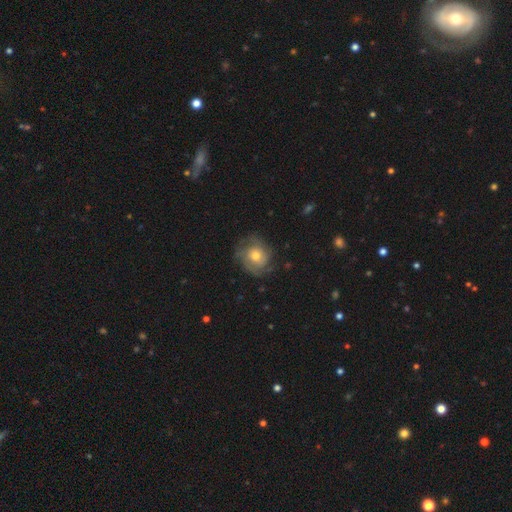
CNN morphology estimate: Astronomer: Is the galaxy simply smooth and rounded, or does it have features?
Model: featured or disk — 65%.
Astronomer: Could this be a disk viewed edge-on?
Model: no — 97%.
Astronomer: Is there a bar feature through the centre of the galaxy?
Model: no — 80%.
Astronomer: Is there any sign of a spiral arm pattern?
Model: yes — 88%.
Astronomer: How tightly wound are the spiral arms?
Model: tight — 55% (runner-up: medium, 34%).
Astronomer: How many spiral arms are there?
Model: can't tell — 33% (runner-up: 3, 25%).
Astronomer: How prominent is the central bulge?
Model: moderate — 66%.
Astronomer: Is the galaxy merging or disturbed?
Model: none — 73%.